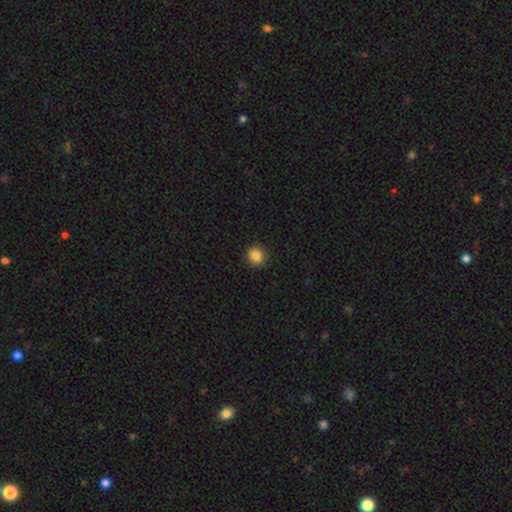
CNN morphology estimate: smooth_or_featured: smooth (p=0.86) [alt: star or artifact p=0.10]
how_rounded: round (p=0.89) [alt: in between p=0.10]
merging: none (p=0.92) [alt: minor disturbance p=0.06]